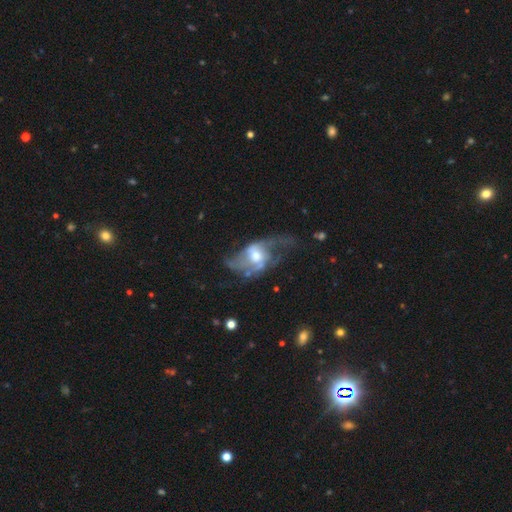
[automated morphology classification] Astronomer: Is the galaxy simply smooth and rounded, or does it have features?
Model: featured or disk — 76%.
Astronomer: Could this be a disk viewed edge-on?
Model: no — 95%.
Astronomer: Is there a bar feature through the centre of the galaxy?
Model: no — 51% (runner-up: weak, 38%).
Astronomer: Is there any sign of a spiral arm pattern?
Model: yes — 80%.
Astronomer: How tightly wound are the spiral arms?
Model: loose — 58%.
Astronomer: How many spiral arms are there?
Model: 2 — 62%.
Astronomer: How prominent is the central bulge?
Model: moderate — 63%.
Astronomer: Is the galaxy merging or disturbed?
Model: major disturbance — 39% (runner-up: none, 36%).